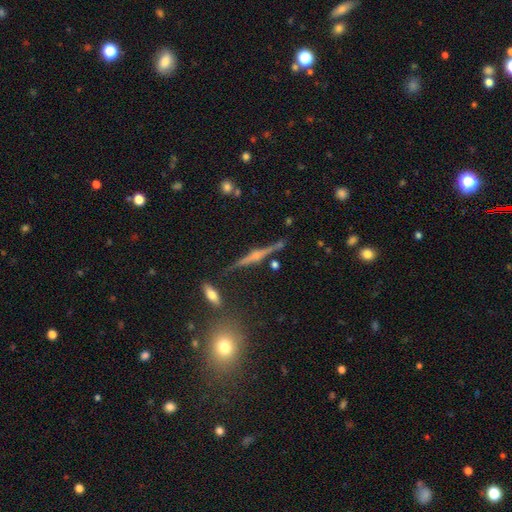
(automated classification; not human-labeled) This is likely a featured or disk galaxy (80%). It is clearly viewed edge-on (98%). Edge-on bulge: clearly rounded (83%). Merging: clearly none (84%).